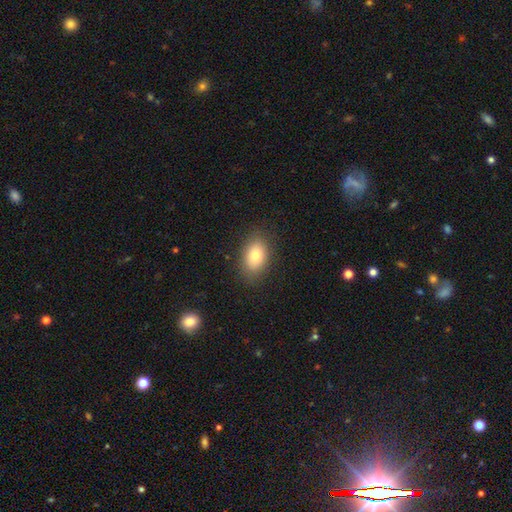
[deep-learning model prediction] The model was most divided on "smooth or featured": smooth: 79%, featured or disk: 13%, star or artifact: 9%. More confident: how rounded — in between (86%); merging — none (86%).